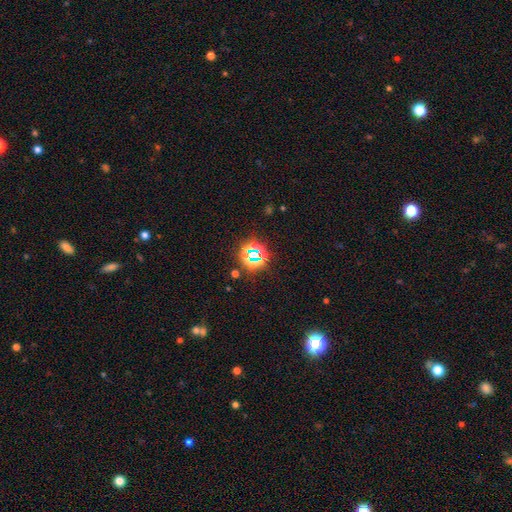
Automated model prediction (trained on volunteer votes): A star or artifact, not a galaxy (70%).

Vote fractions:
- Smooth or featured? star or artifact: 70% / smooth: 21% / featured or disk: 10%